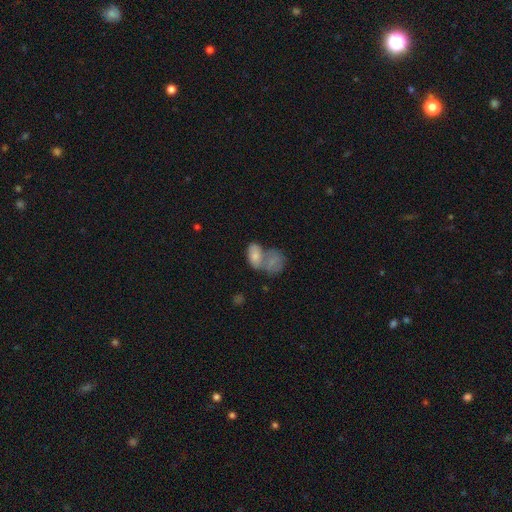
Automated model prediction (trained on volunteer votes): Overall: smooth (75%). How rounded: in between (86%). Merging: merger (61%).